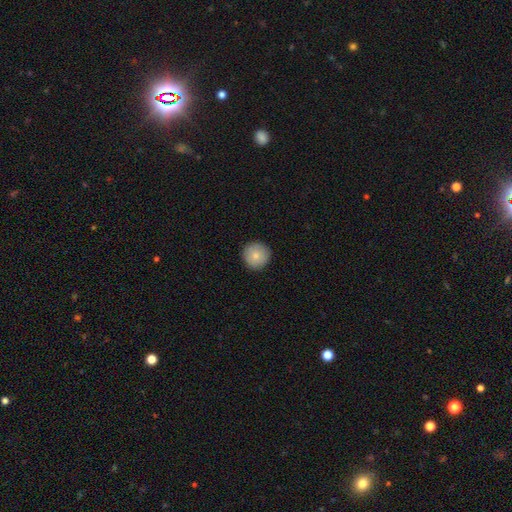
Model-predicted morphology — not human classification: Smooth or featured?
  - smooth: 83% *
  - featured or disk: 10%
  - star or artifact: 8%
How rounded?
  - round: 95% *
  - in between: 4%
  - cigar-shaped: 1%
Merging?
  - none: 92% *
  - minor disturbance: 6%
  - major disturbance: 2%
  - merger: 1%